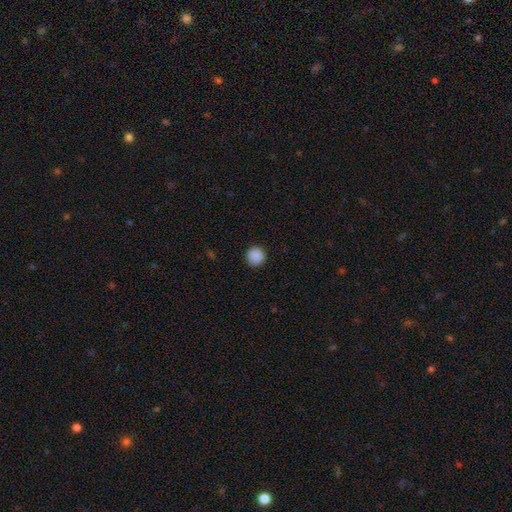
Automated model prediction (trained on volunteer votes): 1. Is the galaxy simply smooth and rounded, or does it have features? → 89% smooth, 9% star or artifact, 2% featured or disk.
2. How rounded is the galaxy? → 94% round, 5% in between, 1% cigar-shaped.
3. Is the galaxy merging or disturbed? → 90% none, 7% minor disturbance, 2% major disturbance, 1% merger.